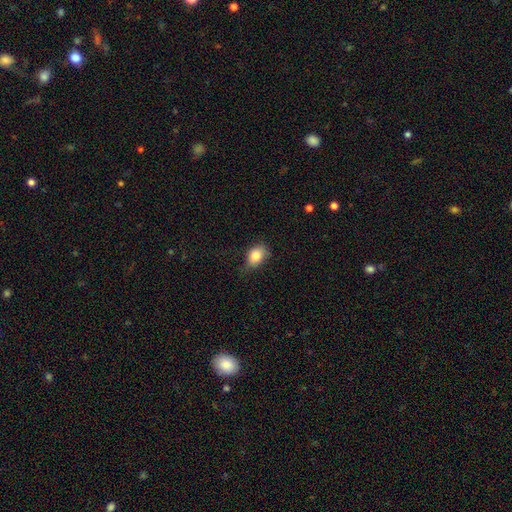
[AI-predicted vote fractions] A smooth galaxy with no disk features (83%) that is in between round and cigar-shaped (73%). Merging: none (64%).